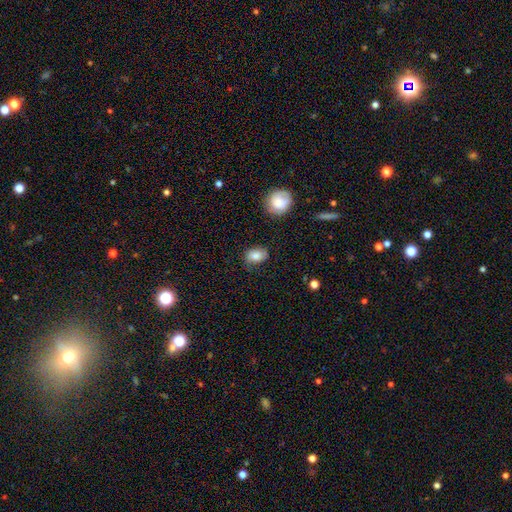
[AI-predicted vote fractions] Smooth or featured?
  - smooth: 81% *
  - featured or disk: 11%
  - star or artifact: 9%
How rounded?
  - in between: 72% *
  - round: 26%
  - cigar-shaped: 1%
Merging?
  - none: 65% *
  - minor disturbance: 25%
  - major disturbance: 8%
  - merger: 2%